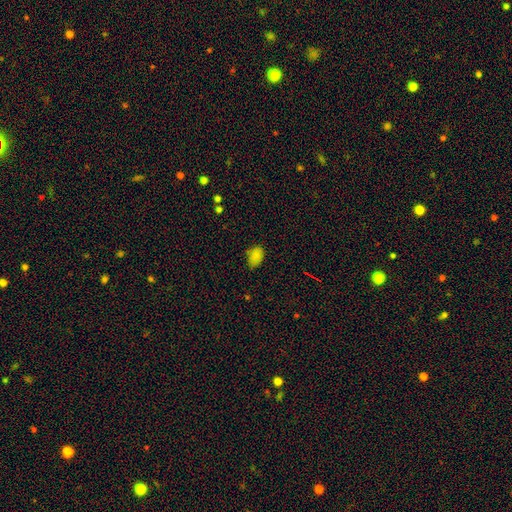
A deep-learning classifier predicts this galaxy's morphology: A smooth galaxy with no disk features (81%) that is in between round and cigar-shaped (85%). Merging: none (70%).